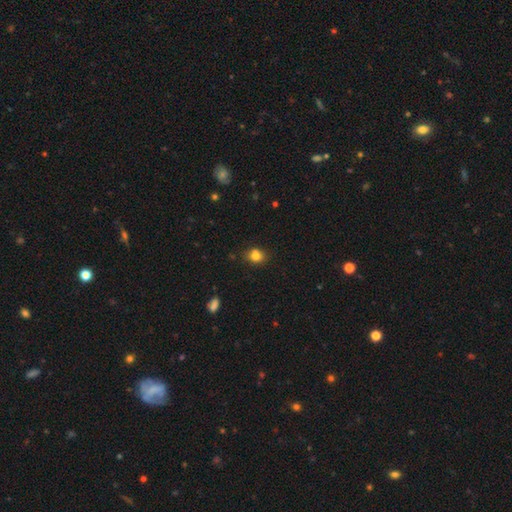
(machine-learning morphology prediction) smooth 81%, star or artifact 12%, featured or disk 7%. Down the decision tree: how rounded — round (62%); merging — none (75%).